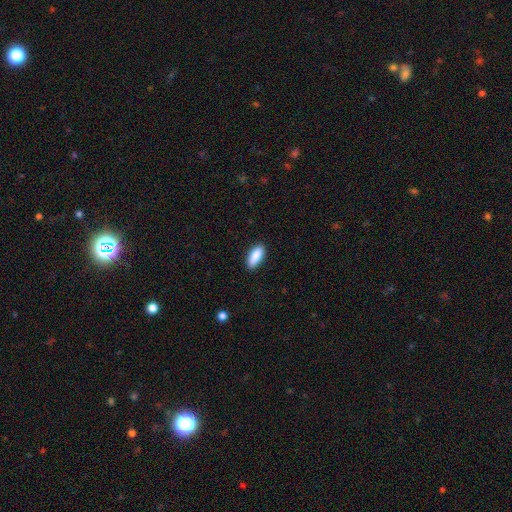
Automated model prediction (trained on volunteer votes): Smooth or featured: smooth — 88% (star or artifact — 6%)
How rounded: in between — 82% (cigar-shaped — 16%)
Merging: none — 88% (minor disturbance — 9%)